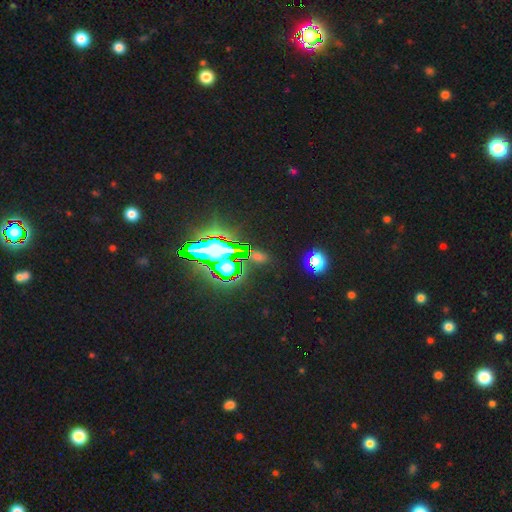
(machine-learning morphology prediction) smooth-or-featured: star or artifact: 75% | smooth: 14% | featured or disk: 11%